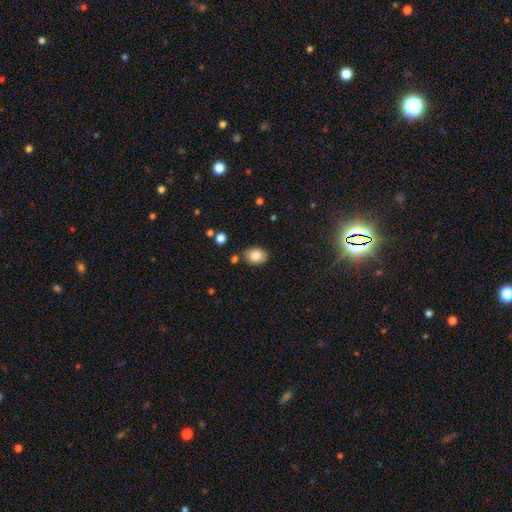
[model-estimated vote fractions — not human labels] smooth-or-featured: smooth: 85% | star or artifact: 8% | featured or disk: 7%
  how-rounded: in between: 67% | round: 32% | cigar-shaped: 1%
  merging: none: 80% | minor disturbance: 12% | merger: 5% | major disturbance: 3%